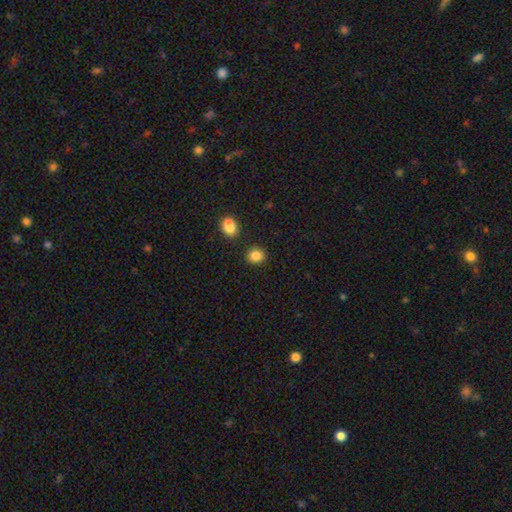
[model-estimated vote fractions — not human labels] Smooth or featured? smooth (86%)
How rounded? round (71%)
Merging? none (84%)